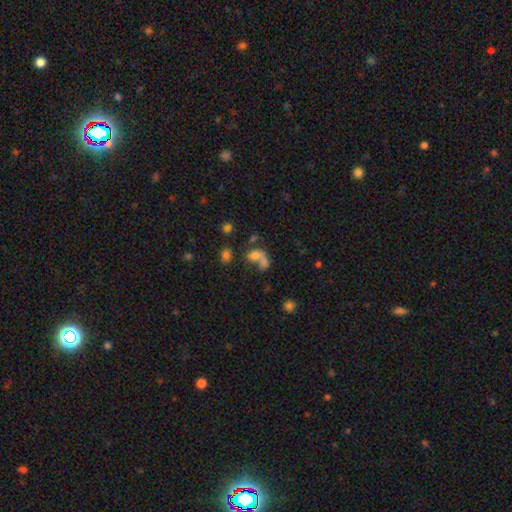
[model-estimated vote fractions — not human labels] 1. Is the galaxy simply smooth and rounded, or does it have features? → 59% smooth, 25% featured or disk, 16% star or artifact.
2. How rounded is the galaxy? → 64% in between, 32% round, 4% cigar-shaped.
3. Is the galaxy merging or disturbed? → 52% merger, 23% none, 16% major disturbance, 9% minor disturbance.